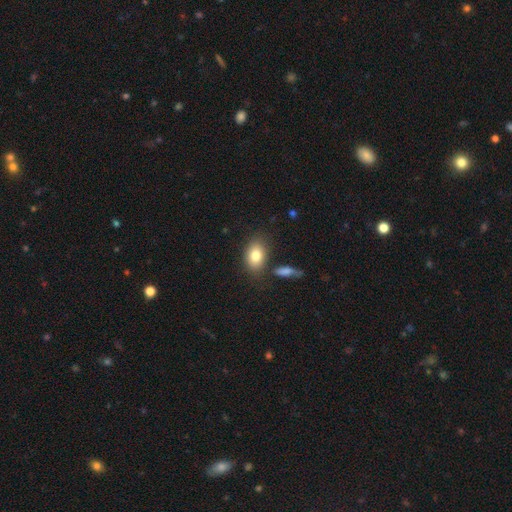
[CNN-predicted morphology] Smooth or featured? smooth (80%)
How rounded? in between (82%)
Merging? none (75%)